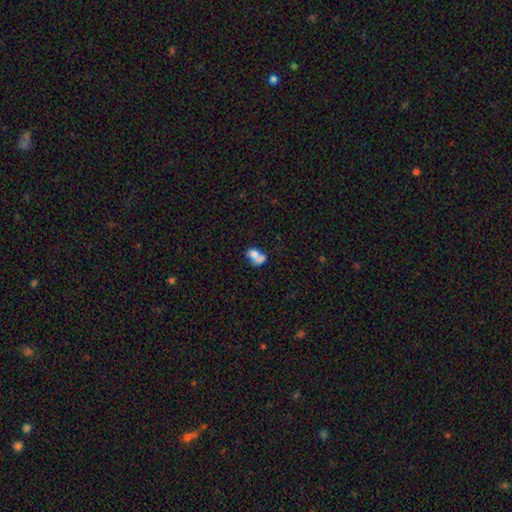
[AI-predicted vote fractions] A smooth galaxy with no disk features (68%) that is in between round and cigar-shaped (64%).

Vote fractions:
- Smooth or featured? smooth: 68% / featured or disk: 22% / star or artifact: 10%
- How rounded? in between: 64% / round: 34% / cigar-shaped: 2%
- Merging? merger: 66% / none: 19% / minor disturbance: 9% / major disturbance: 7%